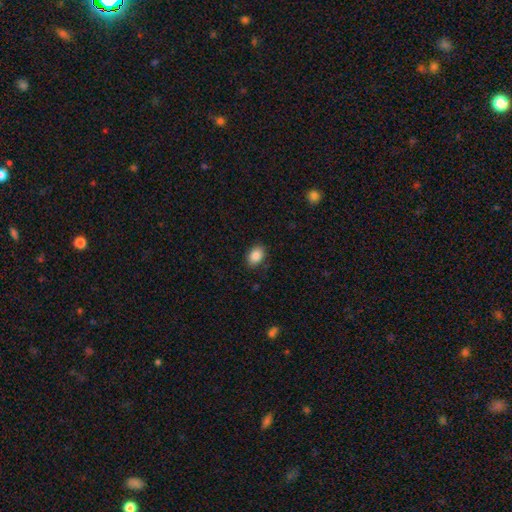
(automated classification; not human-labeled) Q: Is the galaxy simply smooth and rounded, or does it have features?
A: smooth — 87%.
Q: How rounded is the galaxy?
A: in between — 80%.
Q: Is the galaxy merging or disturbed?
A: none — 86%.